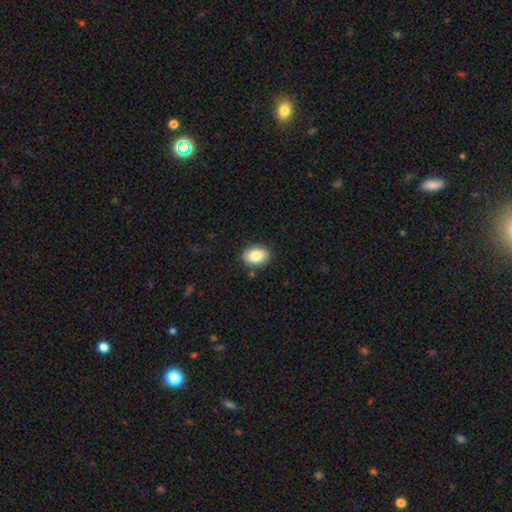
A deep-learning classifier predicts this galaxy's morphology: Overall: smooth (86%). How rounded: in between (81%). Merging: none (86%).